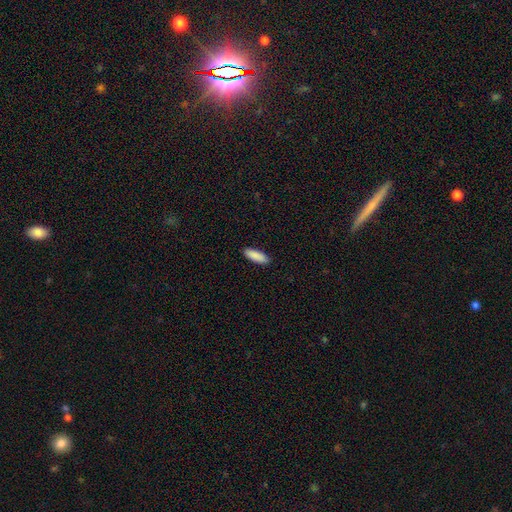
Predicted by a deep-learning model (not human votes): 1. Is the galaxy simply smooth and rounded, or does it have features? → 90% smooth, 6% star or artifact, 4% featured or disk.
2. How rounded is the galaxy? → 54% in between, 44% cigar-shaped, 2% round.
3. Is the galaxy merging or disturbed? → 90% none, 7% minor disturbance, 2% major disturbance, 1% merger.